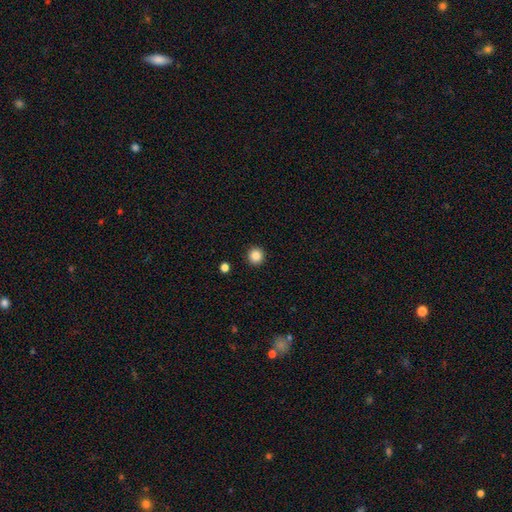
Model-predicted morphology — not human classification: A smooth galaxy with no disk features (87%) that is round (95%). Merging: none (93%).